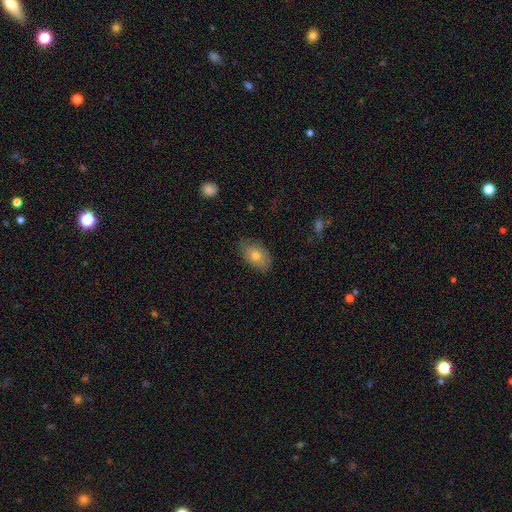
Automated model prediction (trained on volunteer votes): This is likely a smooth galaxy (70%). How rounded: clearly in between (90%). Merging: likely none (79%).